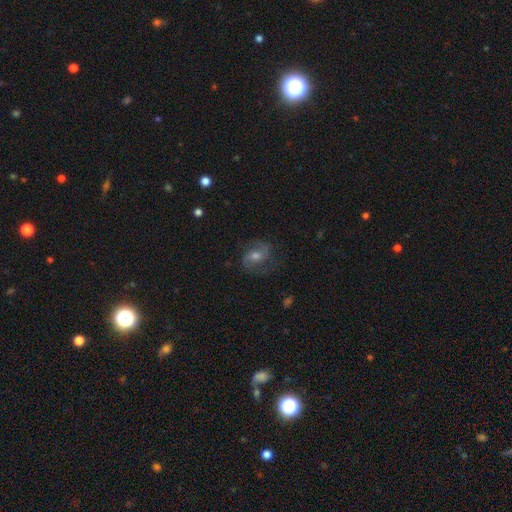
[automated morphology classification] smooth_or_featured: featured or disk (p=0.71) [alt: smooth p=0.20]
disk_edge_on: no (p=0.97) [alt: yes p=0.03]
bar: weak (p=0.45) [alt: no p=0.36]
has_spiral_arms: yes (p=0.91) [alt: no p=0.09]
spiral_winding: medium (p=0.51) [alt: loose p=0.28]
spiral_arm_count: 2 (p=0.85) [alt: can't tell p=0.07]
bulge_size: moderate (p=0.59) [alt: small p=0.33]
merging: none (p=0.70) [alt: minor disturbance p=0.18]